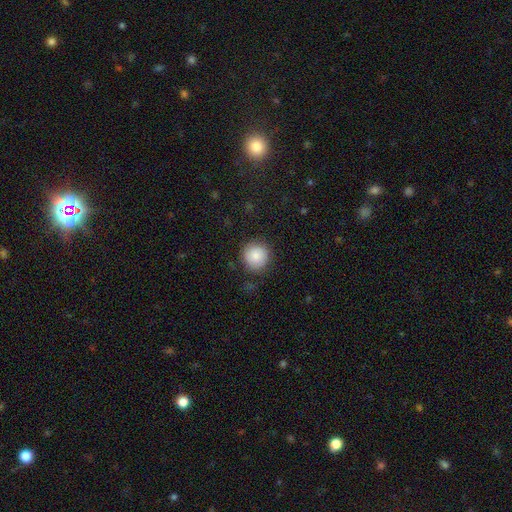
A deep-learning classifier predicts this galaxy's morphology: A smooth galaxy with no disk features (85%) that is round (93%).

Vote fractions:
- Smooth or featured? smooth: 85% / star or artifact: 8% / featured or disk: 7%
- How rounded? round: 93% / in between: 6% / cigar-shaped: 1%
- Merging? none: 85% / minor disturbance: 11% / major disturbance: 3% / merger: 1%